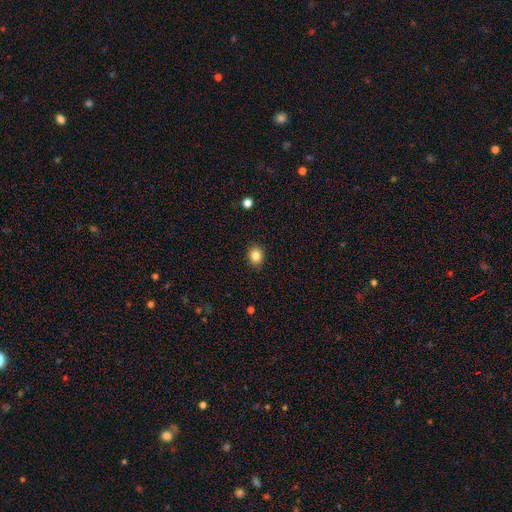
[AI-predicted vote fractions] A smooth galaxy with no disk features (84%) that is round (63%). Merging: none (90%).